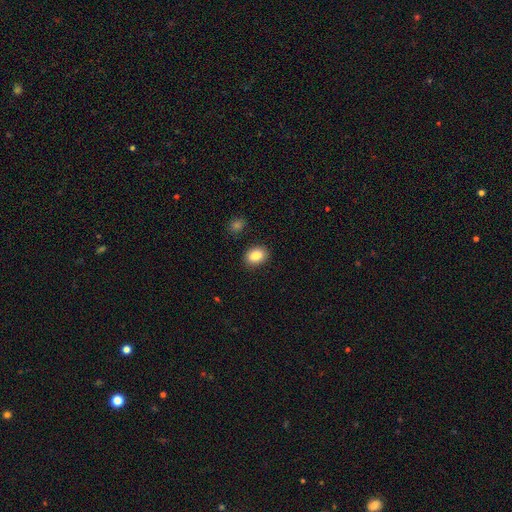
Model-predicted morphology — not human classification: type=smooth (86%); roundness=in between (76%); merging=none (88%).